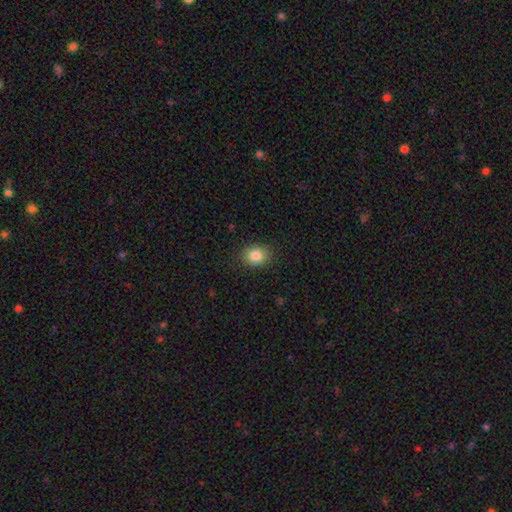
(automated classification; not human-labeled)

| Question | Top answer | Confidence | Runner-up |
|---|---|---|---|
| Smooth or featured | smooth | 84% | star or artifact (10%) |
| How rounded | round | 51% | in between (49%) |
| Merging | none | 86% | minor disturbance (10%) |